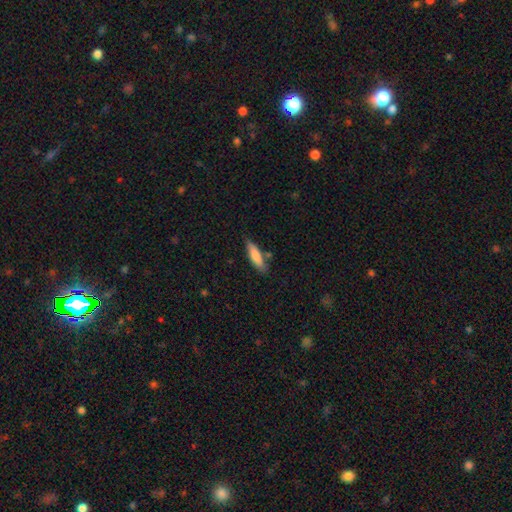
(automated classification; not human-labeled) Smooth or featured: smooth — 79% (featured or disk — 15%)
How rounded: cigar-shaped — 65% (in between — 33%)
Merging: none — 74% (minor disturbance — 16%)